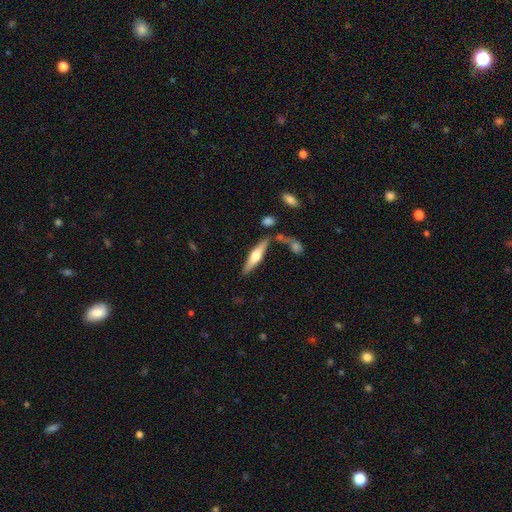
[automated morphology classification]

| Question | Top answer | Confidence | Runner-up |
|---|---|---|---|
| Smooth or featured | featured or disk | 56% | smooth (39%) |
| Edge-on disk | yes | 94% | no (6%) |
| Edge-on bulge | rounded | 92% | boxy (5%) |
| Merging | none | 71% | minor disturbance (14%) |